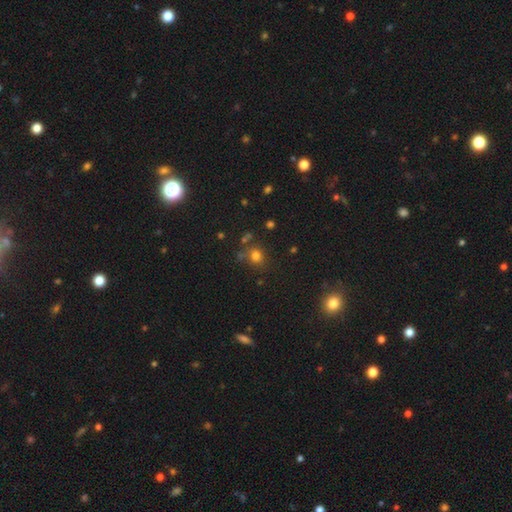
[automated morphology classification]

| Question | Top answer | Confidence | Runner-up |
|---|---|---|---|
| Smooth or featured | smooth | 74% | star or artifact (19%) |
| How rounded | round | 74% | in between (25%) |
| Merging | none | 68% | minor disturbance (15%) |